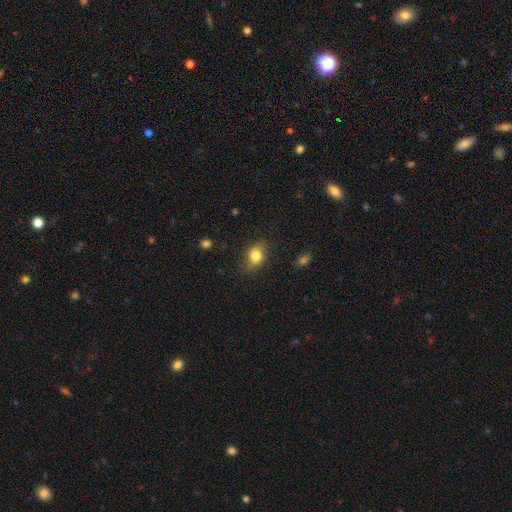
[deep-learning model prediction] A smooth galaxy with no disk features (82%) that is in between round and cigar-shaped (57%).

Vote fractions:
- Smooth or featured? smooth: 82% / star or artifact: 10% / featured or disk: 8%
- How rounded? in between: 57% / round: 41% / cigar-shaped: 2%
- Merging? none: 78% / minor disturbance: 17% / major disturbance: 4% / merger: 1%